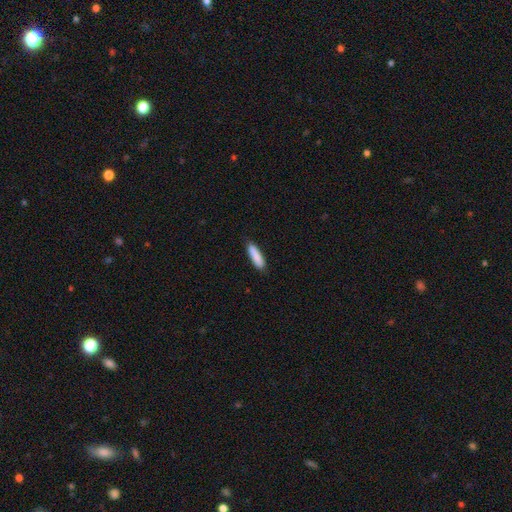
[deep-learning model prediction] Smooth or featured? smooth (88%)
How rounded? cigar-shaped (74%)
Merging? none (85%)